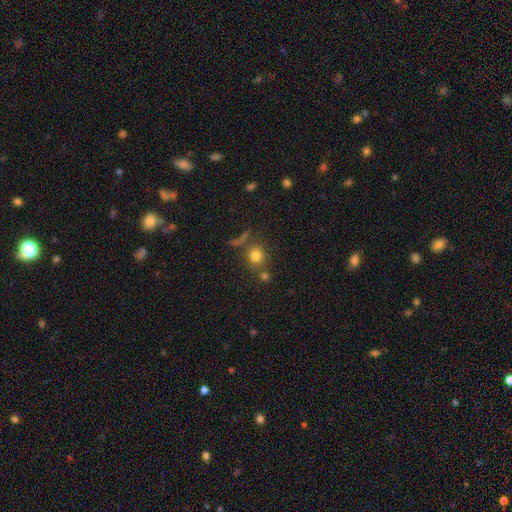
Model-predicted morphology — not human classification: Overall: smooth (78%). How rounded: round (87%). Merging: none (69%).